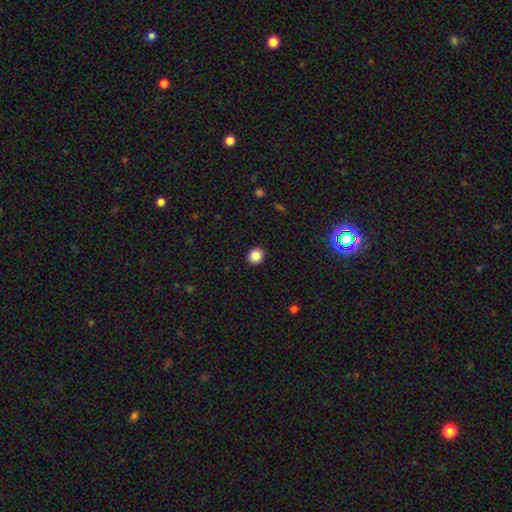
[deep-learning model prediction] smooth_or_featured: smooth (p=0.86) [alt: star or artifact p=0.10]
how_rounded: round (p=0.83) [alt: in between p=0.16]
merging: none (p=0.92) [alt: minor disturbance p=0.05]